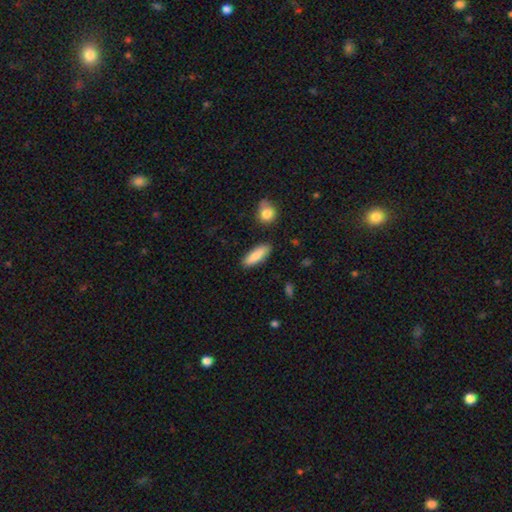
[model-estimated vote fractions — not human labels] smooth-or-featured: smooth: 85% | featured or disk: 9% | star or artifact: 6%
  how-rounded: in between: 56% | cigar-shaped: 42% | round: 2%
  merging: none: 86% | minor disturbance: 9% | merger: 2% | major disturbance: 2%